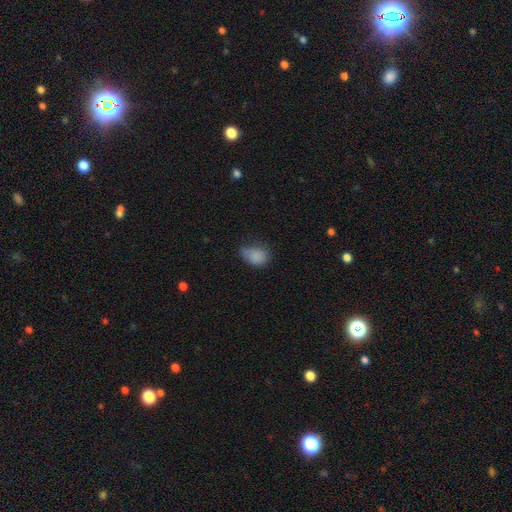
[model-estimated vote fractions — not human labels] A smooth galaxy with no disk features (83%) that is in between round and cigar-shaped (79%). Merging: minor disturbance (41%, tied with none).